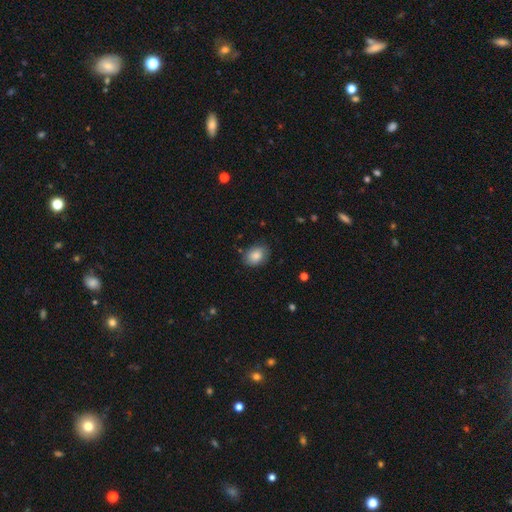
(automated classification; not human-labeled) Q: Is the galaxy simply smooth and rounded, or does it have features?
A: smooth — 84%.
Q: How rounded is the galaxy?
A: in between — 73%.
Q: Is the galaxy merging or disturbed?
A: none — 79%.